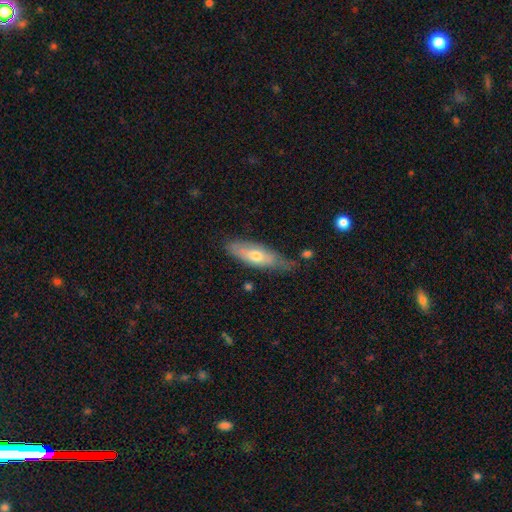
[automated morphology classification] Smooth or featured? Predicted: smooth (p=0.56). How rounded? Predicted: in between (p=0.56). Merging? Predicted: none (p=0.59).